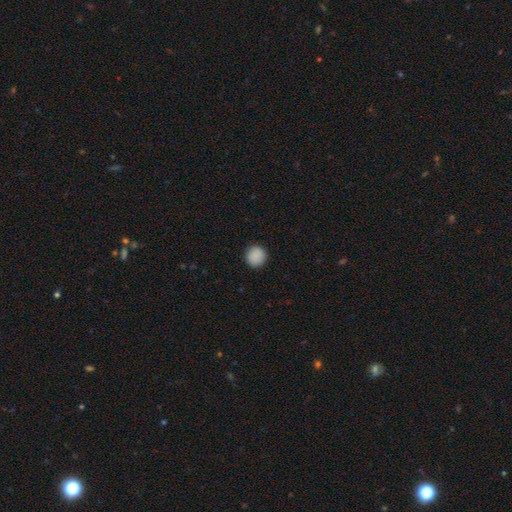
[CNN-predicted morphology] smooth-or-featured: smooth: 89% | star or artifact: 8% | featured or disk: 2%
  how-rounded: round: 93% | in between: 6% | cigar-shaped: 1%
  merging: none: 92% | minor disturbance: 5% | major disturbance: 2% | merger: 1%